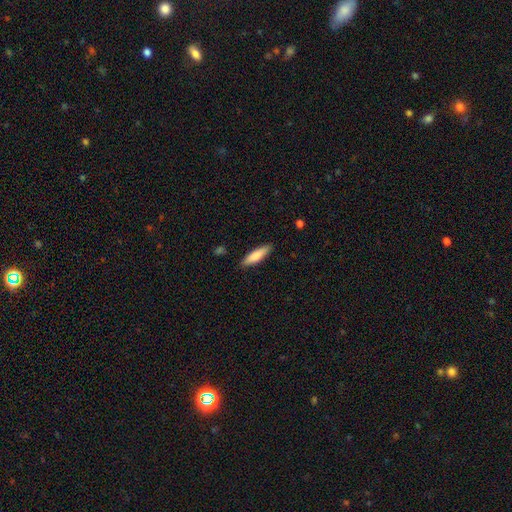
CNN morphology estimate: This is clearly a smooth galaxy (81%). How rounded: likely cigar-shaped (68%). Merging: clearly none (87%).